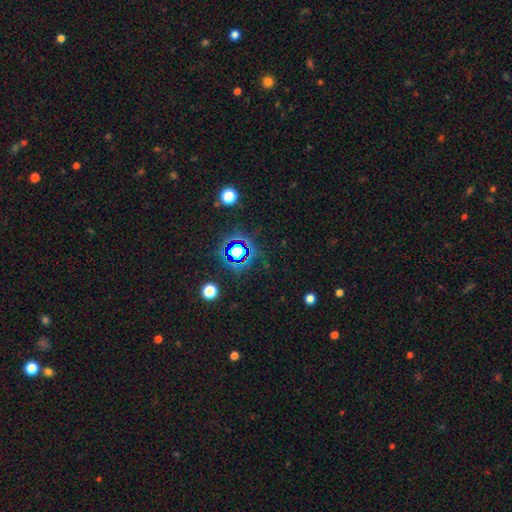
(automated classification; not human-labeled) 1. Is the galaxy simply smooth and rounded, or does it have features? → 74% star or artifact, 17% smooth, 8% featured or disk.